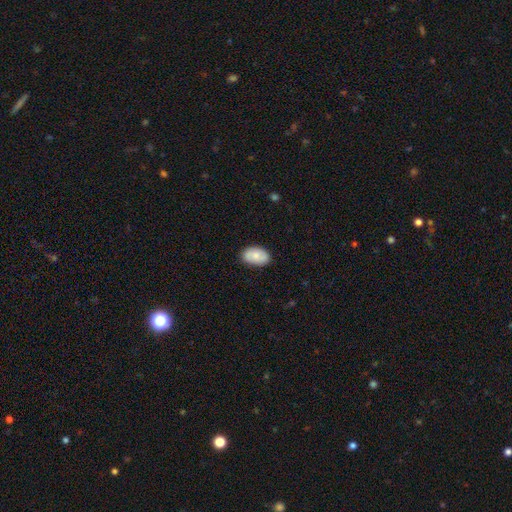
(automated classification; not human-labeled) Morphology: type=smooth (76%); roundness=in between (92%); merging=none (84%).